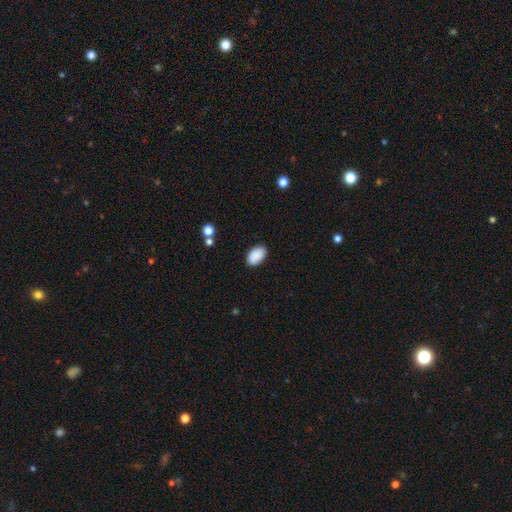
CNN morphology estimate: Q: Smooth or featured?
A: smooth (90%); runner-up: star or artifact (7%)
Q: How rounded?
A: in between (94%); runner-up: round (4%)
Q: Merging?
A: none (88%); runner-up: minor disturbance (8%)